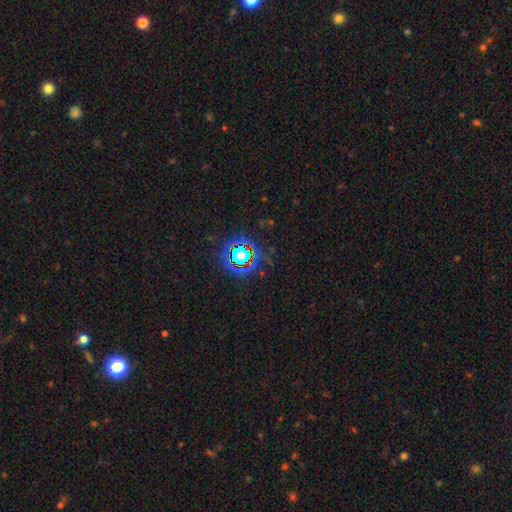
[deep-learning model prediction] A star or artifact, not a galaxy (78%).

Vote fractions:
- Smooth or featured? star or artifact: 78% / smooth: 13% / featured or disk: 10%